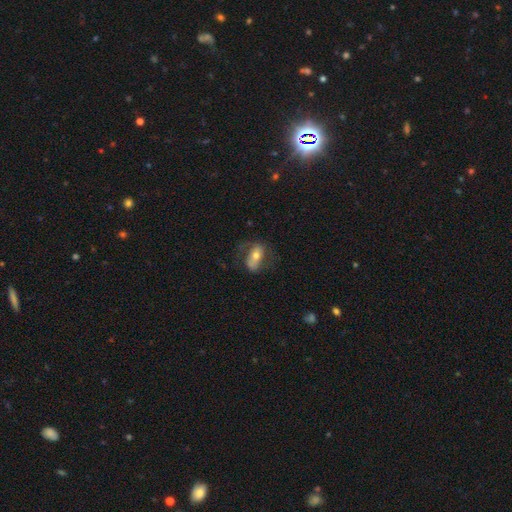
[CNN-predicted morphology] Smooth or featured: smooth — 49% (featured or disk — 44%)
Merging: none — 59% (minor disturbance — 22%)